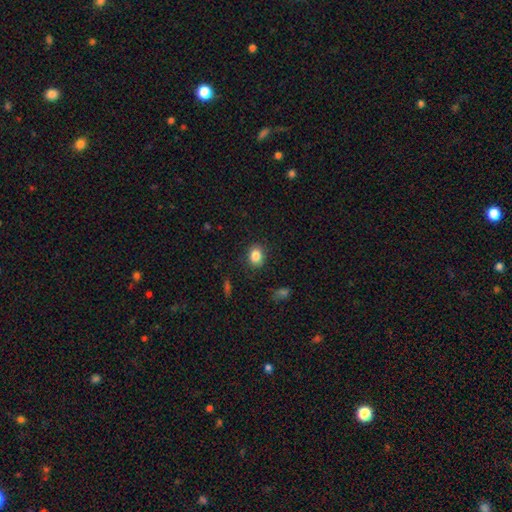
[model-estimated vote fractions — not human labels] Q: Smooth or featured?
A: smooth (84%); runner-up: star or artifact (10%)
Q: How rounded?
A: round (56%); runner-up: in between (43%)
Q: Merging?
A: none (86%); runner-up: minor disturbance (10%)